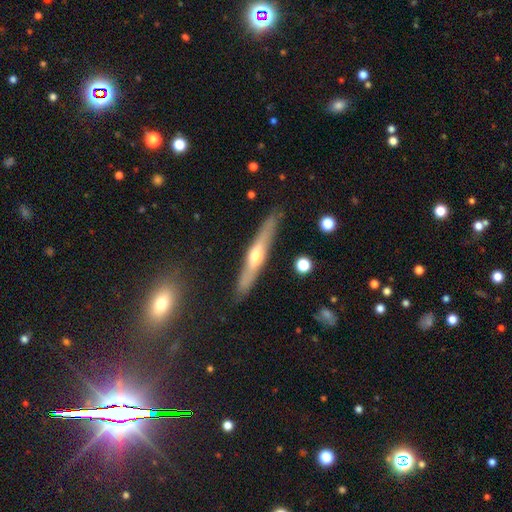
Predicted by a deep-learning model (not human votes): Smooth or featured: featured or disk — 62% (smooth — 32%)
Edge-on disk: yes — 92% (no — 8%)
Edge-on bulge: rounded — 86% (none — 11%)
Merging: none — 87% (minor disturbance — 9%)